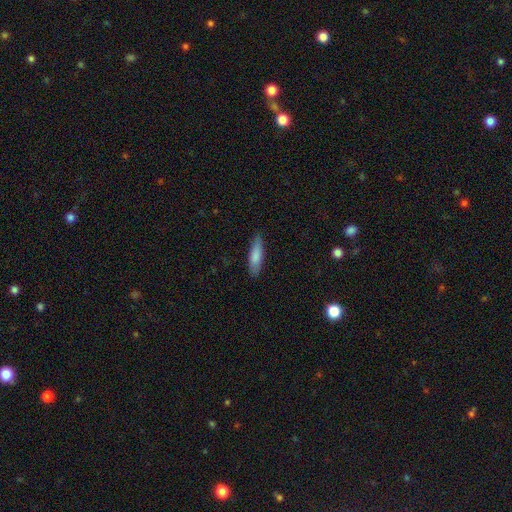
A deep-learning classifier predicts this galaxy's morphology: Smooth or featured? Predicted: smooth (p=0.82). How rounded? Predicted: cigar-shaped (p=0.64). Merging? Predicted: none (p=0.84).